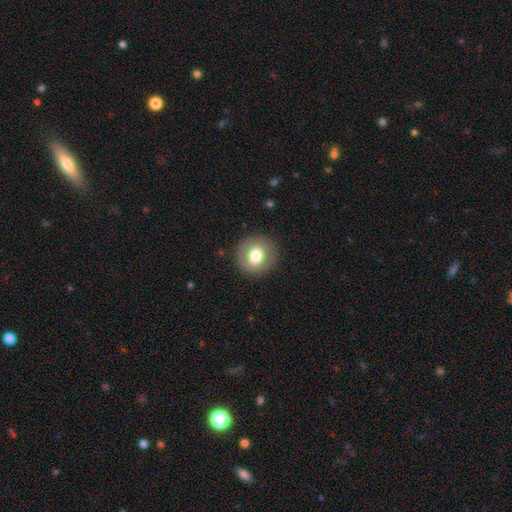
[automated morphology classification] A smooth galaxy with no disk features (73%) that is round (87%).

Vote fractions:
- Smooth or featured? smooth: 73% / featured or disk: 19% / star or artifact: 8%
- How rounded? round: 87% / in between: 12% / cigar-shaped: 1%
- Merging? none: 88% / minor disturbance: 8% / major disturbance: 3% / merger: 1%